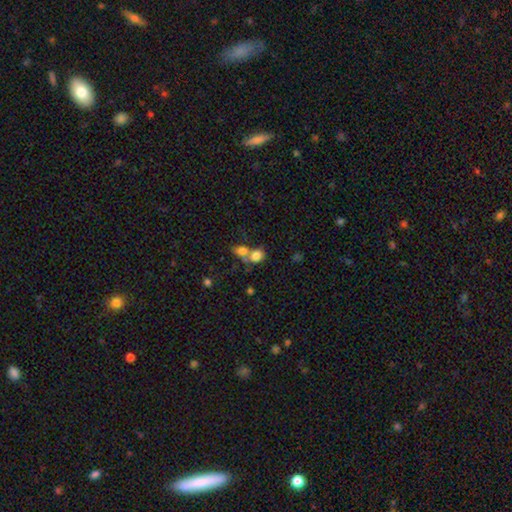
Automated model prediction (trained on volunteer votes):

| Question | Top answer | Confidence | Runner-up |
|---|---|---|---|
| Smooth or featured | smooth | 79% | featured or disk (11%) |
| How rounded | in between | 51% | round (48%) |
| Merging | merger | 56% | none (31%) |